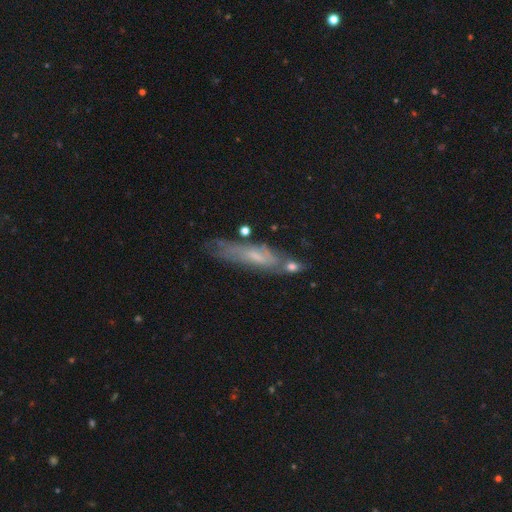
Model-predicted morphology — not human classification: This is possibly a featured or disk galaxy (56%). It is possibly not viewed edge-on (60%). Merging: possibly none (52%).